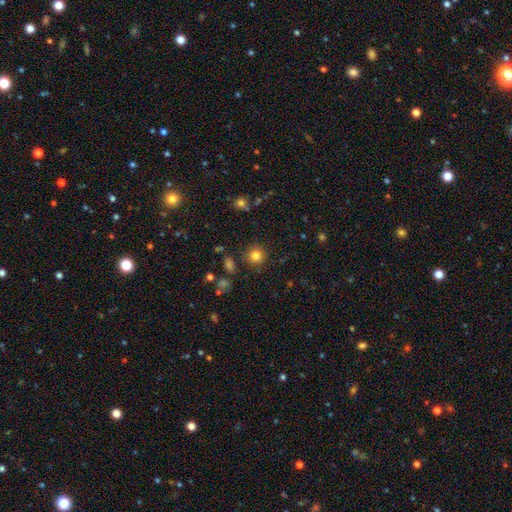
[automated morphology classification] Smooth or featured?
  - smooth: 82% *
  - star or artifact: 12%
  - featured or disk: 6%
How rounded?
  - round: 93% *
  - in between: 6%
  - cigar-shaped: 1%
Merging?
  - none: 88% *
  - minor disturbance: 7%
  - major disturbance: 3%
  - merger: 2%